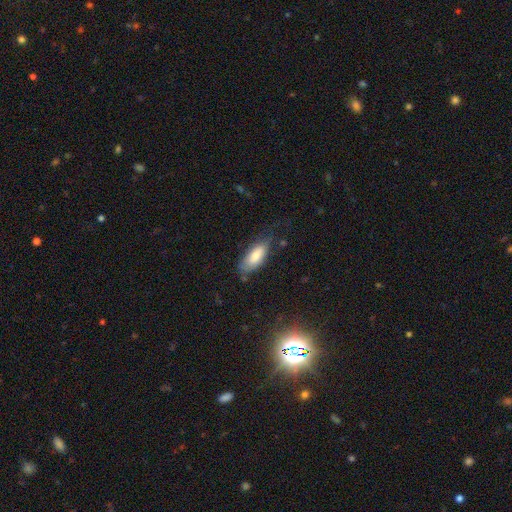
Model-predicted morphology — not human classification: smooth 77%, featured or disk 17%, star or artifact 6%. Down the decision tree: how rounded — in between (83%); merging — none (57%).